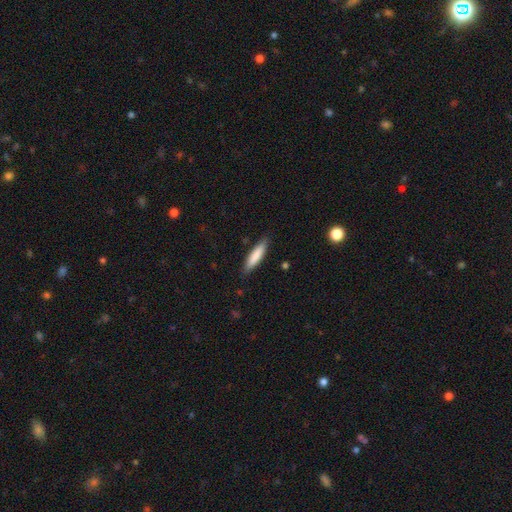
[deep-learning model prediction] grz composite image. It shows a smooth galaxy with no disk features (83%) that is cigar-shaped (76%). Merging: none (86%).